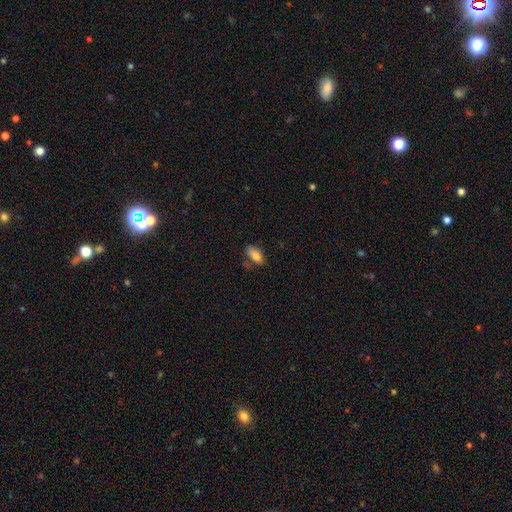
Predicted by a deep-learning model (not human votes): A smooth galaxy with no disk features (81%) that is in between round and cigar-shaped (89%).

Vote fractions:
- Smooth or featured? smooth: 81% / featured or disk: 11% / star or artifact: 8%
- How rounded? in between: 89% / cigar-shaped: 8% / round: 4%
- Merging? none: 67% / minor disturbance: 19% / merger: 9% / major disturbance: 5%